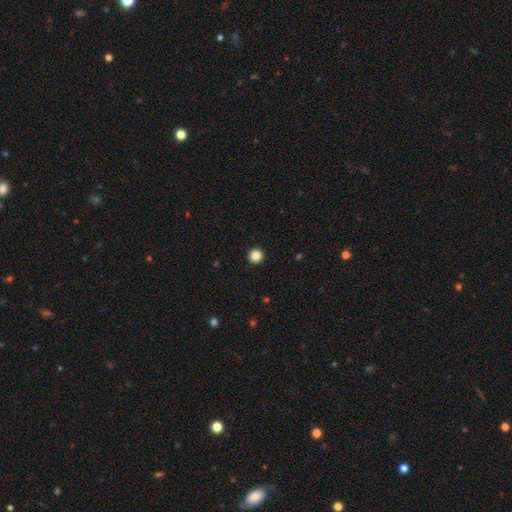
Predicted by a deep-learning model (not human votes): The model was most divided on "smooth or featured": smooth: 86%, star or artifact: 11%, featured or disk: 4%. More confident: how rounded — round (96%); merging — none (94%).